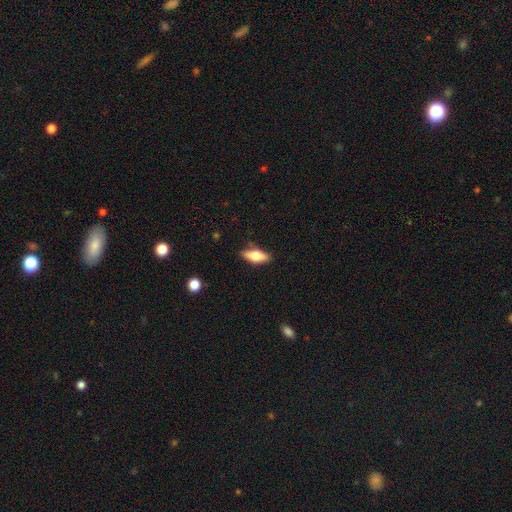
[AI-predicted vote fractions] The model was most divided on "smooth or featured": smooth: 63%, featured or disk: 30%, star or artifact: 7%. More confident: merging — none (84%); how rounded — in between (68%).